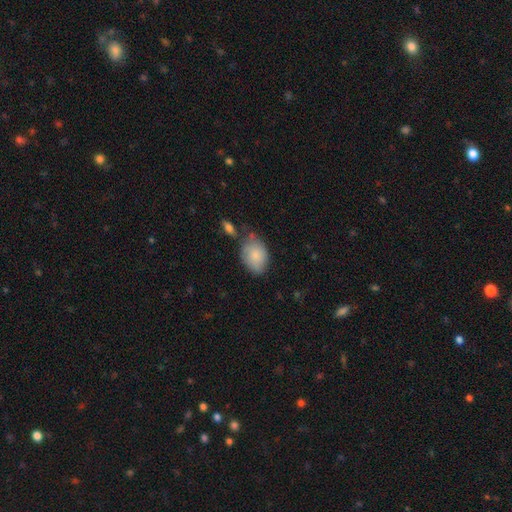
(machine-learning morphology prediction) A smooth galaxy with no disk features (84%) that is in between round and cigar-shaped (80%). Merging: none (58%).